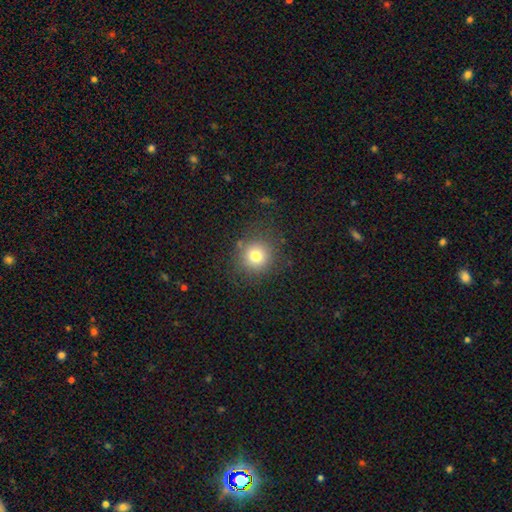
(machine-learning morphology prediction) Smooth or featured? Predicted: smooth (p=0.76). How rounded? Predicted: round (p=0.92). Merging? Predicted: none (p=0.84).